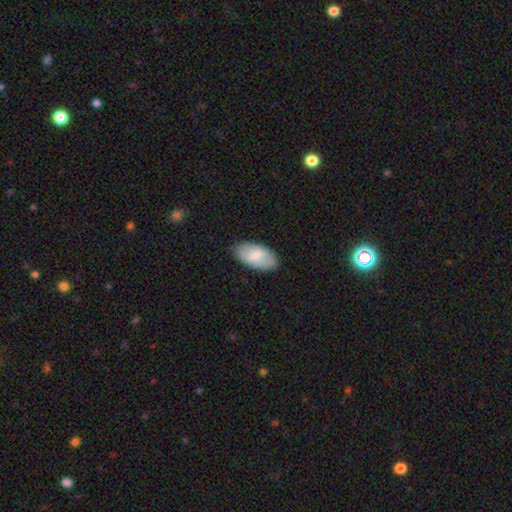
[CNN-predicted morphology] type=smooth (77%); roundness=in between (95%); merging=none (82%).